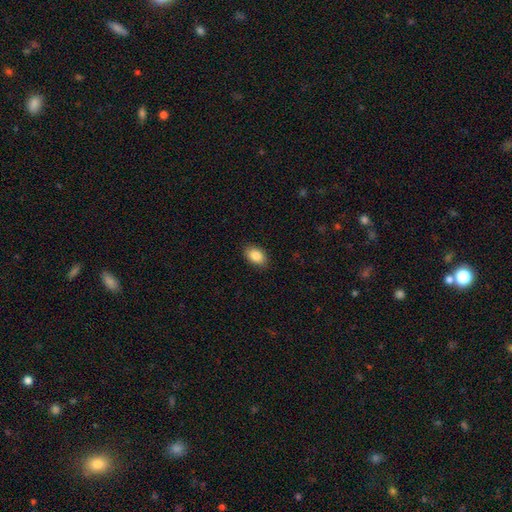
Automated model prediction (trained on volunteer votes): Smooth or featured?
  - smooth: 87% *
  - star or artifact: 7%
  - featured or disk: 6%
How rounded?
  - in between: 89% *
  - round: 9%
  - cigar-shaped: 1%
Merging?
  - none: 89% *
  - minor disturbance: 9%
  - major disturbance: 2%
  - merger: 1%